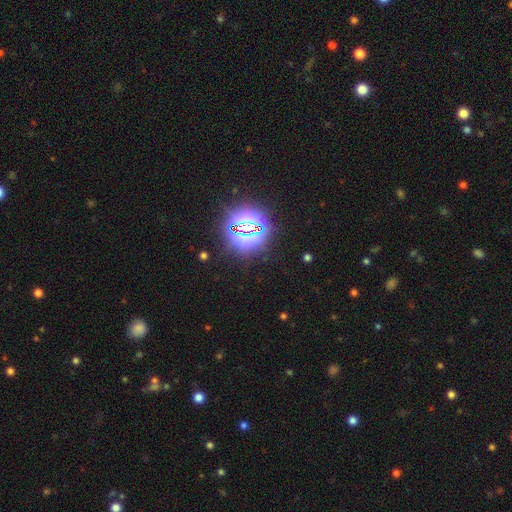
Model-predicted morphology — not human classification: This is clearly a star or artifact rather than a galaxy (82%).